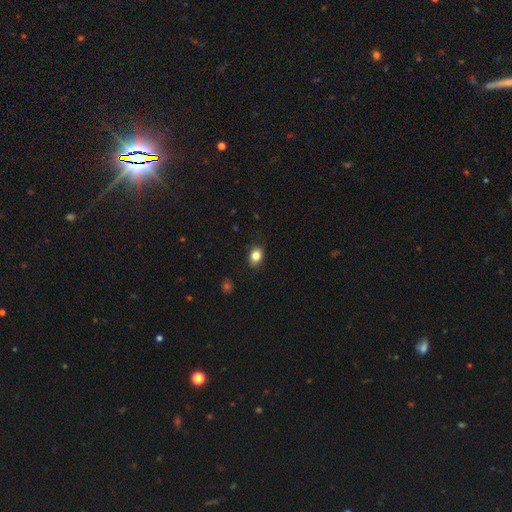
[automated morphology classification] smooth-or-featured: smooth: 83% | star or artifact: 10% | featured or disk: 8%
  how-rounded: in between: 66% | round: 33% | cigar-shaped: 1%
  merging: none: 84% | minor disturbance: 13% | major disturbance: 3% | merger: 1%